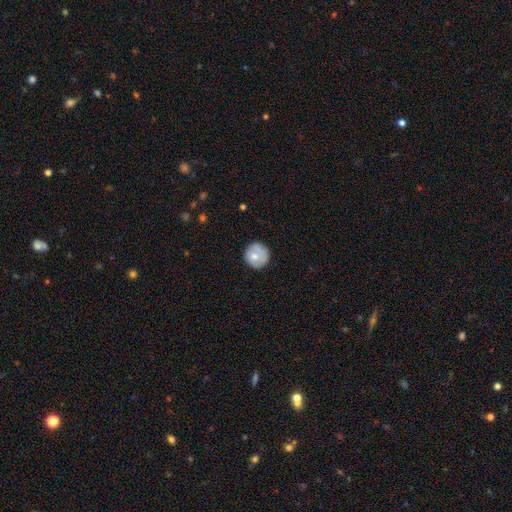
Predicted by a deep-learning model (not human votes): Smooth or featured? smooth (69%)
How rounded? round (93%)
Merging? none (77%)